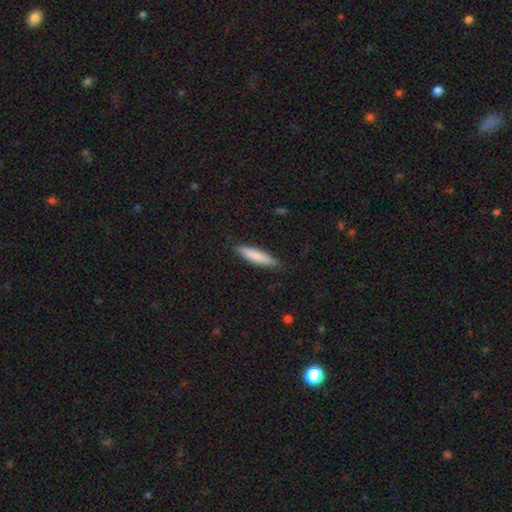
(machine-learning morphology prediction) Smooth or featured: smooth — 83% (featured or disk — 12%)
How rounded: cigar-shaped — 78% (in between — 20%)
Merging: none — 86% (minor disturbance — 11%)